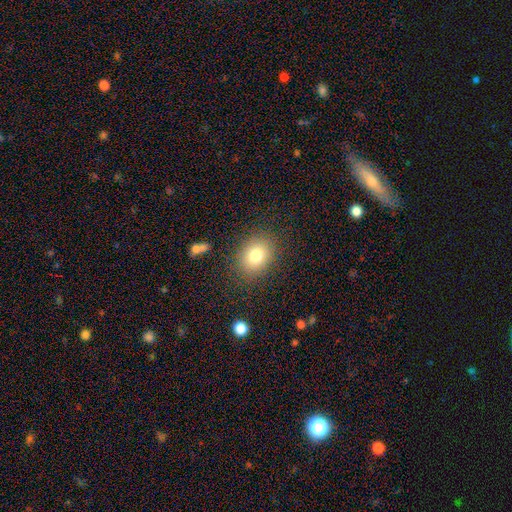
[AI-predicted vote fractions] Smooth or featured?
  - smooth: 79% *
  - star or artifact: 11%
  - featured or disk: 10%
How rounded?
  - in between: 50% *
  - round: 49%
  - cigar-shaped: 1%
Merging?
  - none: 84% *
  - minor disturbance: 10%
  - major disturbance: 4%
  - merger: 2%